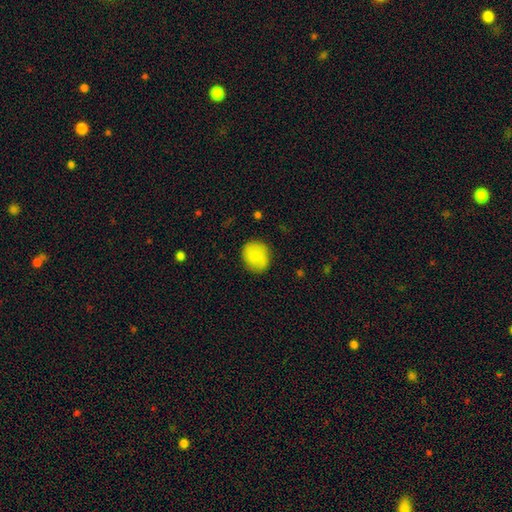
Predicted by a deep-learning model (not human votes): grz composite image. It shows a smooth galaxy with no disk features (80%) that is round (74%). Merging: none (83%).